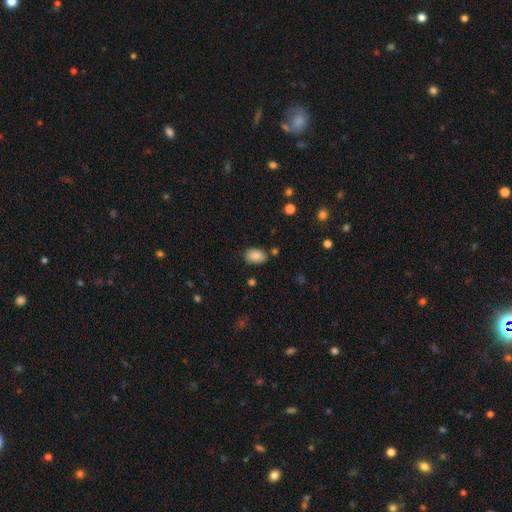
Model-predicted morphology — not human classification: A smooth galaxy with no disk features (87%) that is in between round and cigar-shaped (84%). Merging: none (77%).